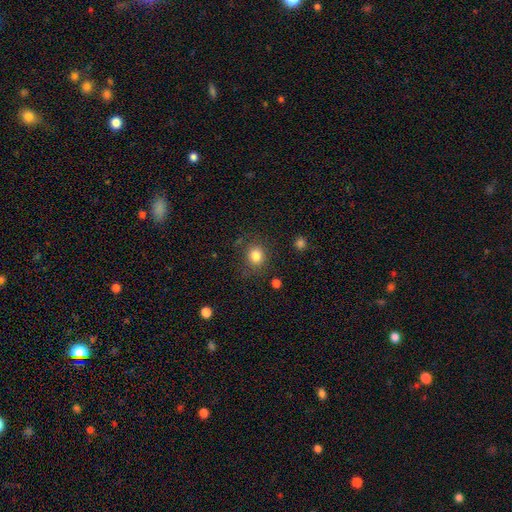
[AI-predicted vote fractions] smooth_or_featured: smooth (p=0.83) [alt: star or artifact p=0.11]
how_rounded: round (p=0.78) [alt: in between p=0.21]
merging: none (p=0.81) [alt: minor disturbance p=0.12]